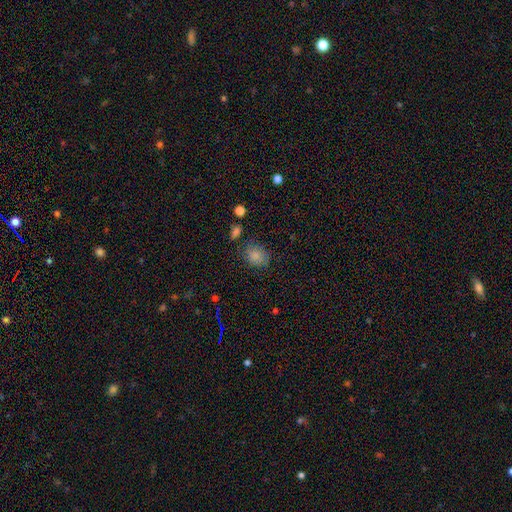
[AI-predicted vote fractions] Smooth or featured?
  - smooth: 82% *
  - star or artifact: 10%
  - featured or disk: 9%
How rounded?
  - round: 52% *
  - in between: 47%
  - cigar-shaped: 1%
Merging?
  - none: 69% *
  - minor disturbance: 21%
  - major disturbance: 6%
  - merger: 4%